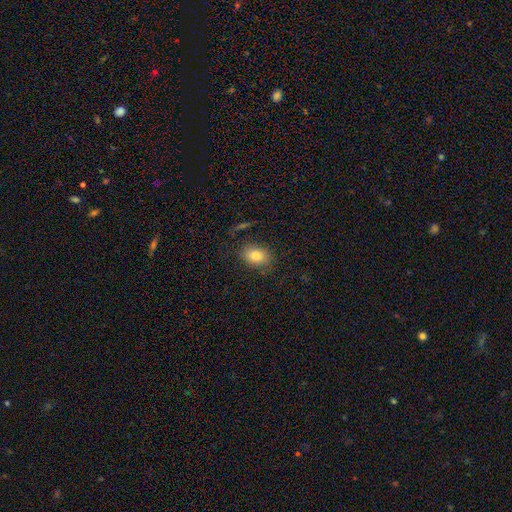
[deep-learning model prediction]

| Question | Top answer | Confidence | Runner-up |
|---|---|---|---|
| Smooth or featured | smooth | 81% | featured or disk (10%) |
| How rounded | in between | 74% | round (25%) |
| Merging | none | 80% | minor disturbance (13%) |